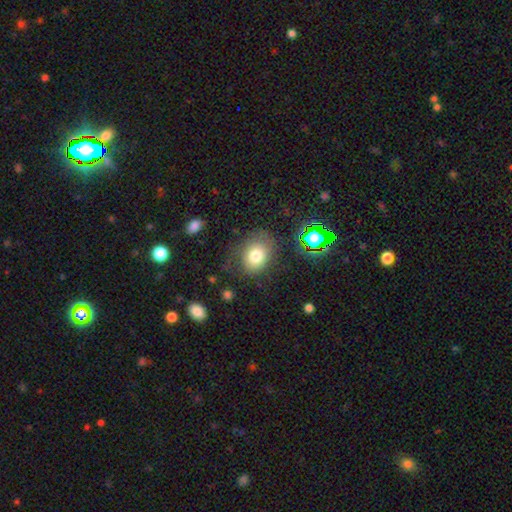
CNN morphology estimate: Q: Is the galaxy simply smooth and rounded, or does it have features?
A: smooth — 74%.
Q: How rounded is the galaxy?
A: in between — 55%.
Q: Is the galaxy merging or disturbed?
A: none — 66%.